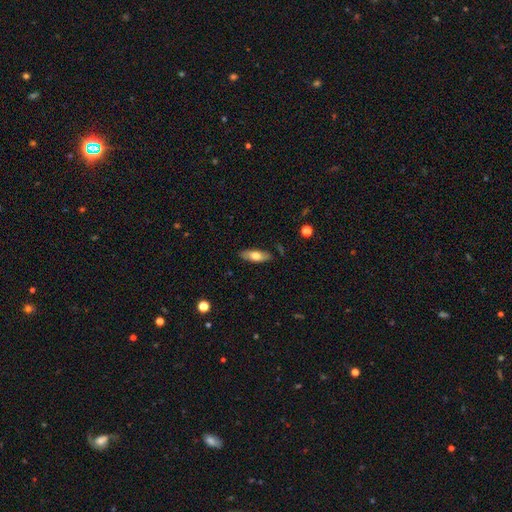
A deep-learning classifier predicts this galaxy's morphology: smooth 64%, featured or disk 30%, star or artifact 6%. Down the decision tree: how rounded — in between (69%); merging — none (83%).